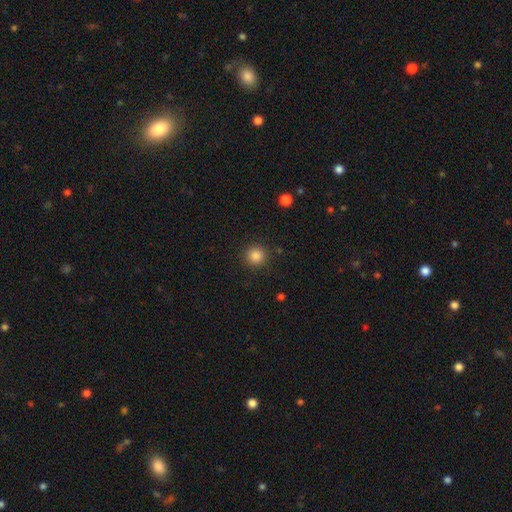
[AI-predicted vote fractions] A smooth galaxy with no disk features (85%) that is round (94%). Merging: none (90%).